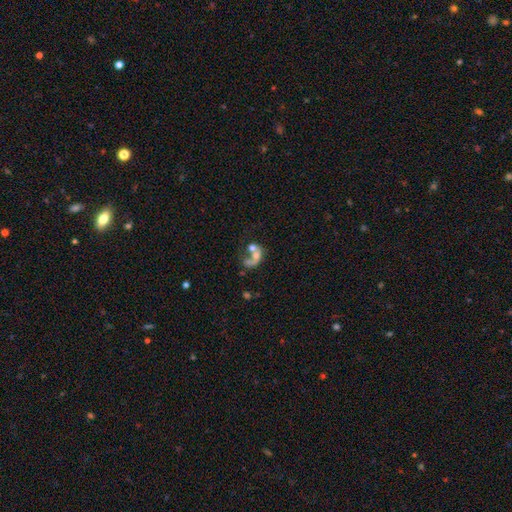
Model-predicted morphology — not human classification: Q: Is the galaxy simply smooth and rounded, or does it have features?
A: featured or disk — 47%.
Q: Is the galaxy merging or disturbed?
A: merger — 57%.